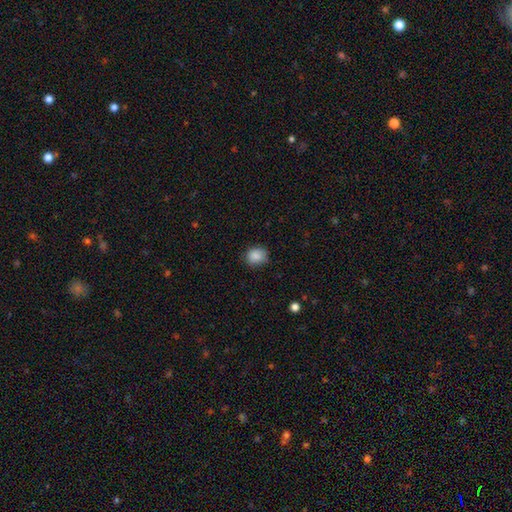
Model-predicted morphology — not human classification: smooth 87%, star or artifact 9%, featured or disk 4%. Down the decision tree: how rounded — round (68%); merging — none (78%).